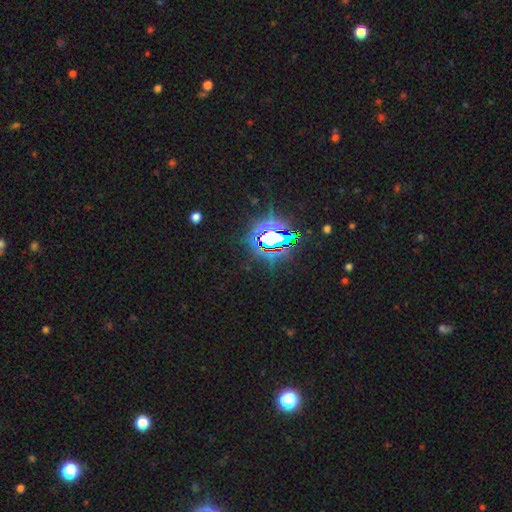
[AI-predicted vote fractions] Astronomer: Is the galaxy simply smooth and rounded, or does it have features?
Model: star or artifact — 83%.